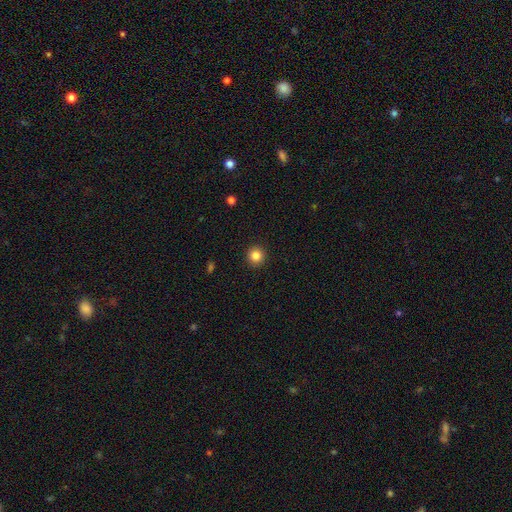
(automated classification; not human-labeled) Morphology: type=smooth (85%); roundness=round (95%); merging=none (93%).